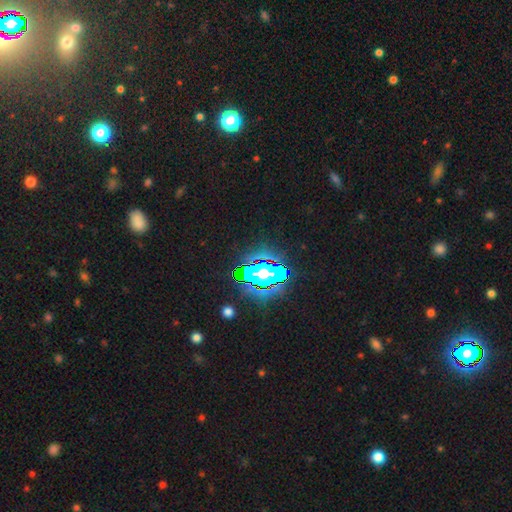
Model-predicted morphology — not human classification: This is clearly a star or artifact rather than a galaxy (82%).